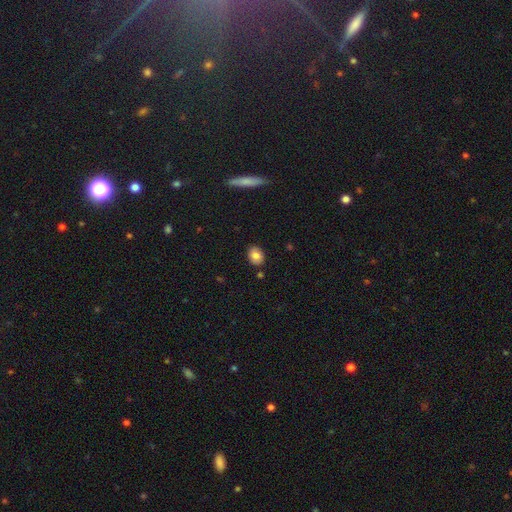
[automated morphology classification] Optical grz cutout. It shows a smooth galaxy with no disk features (81%) that is in between round and cigar-shaped (60%). Merging: none (86%).